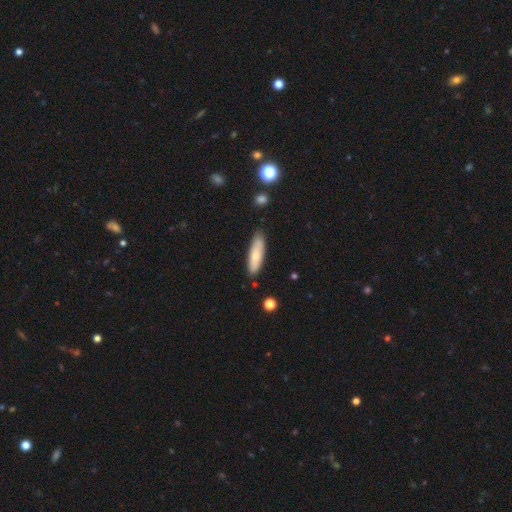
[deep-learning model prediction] Morphology: type=smooth (72%); roundness=cigar-shaped (61%); merging=none (80%).